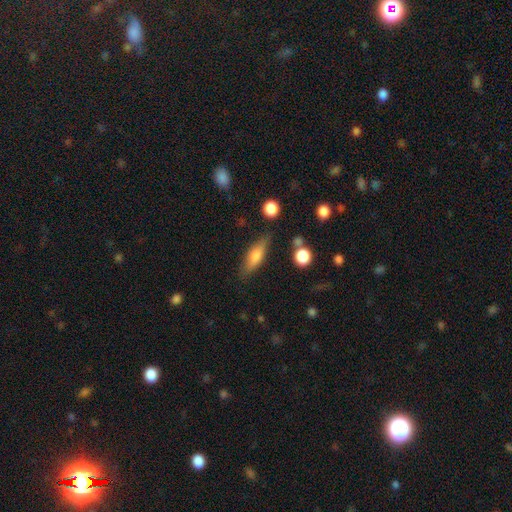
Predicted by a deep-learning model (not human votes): smooth 61%, featured or disk 32%, star or artifact 7%. Down the decision tree: how rounded — cigar-shaped (52%); merging — none (79%).